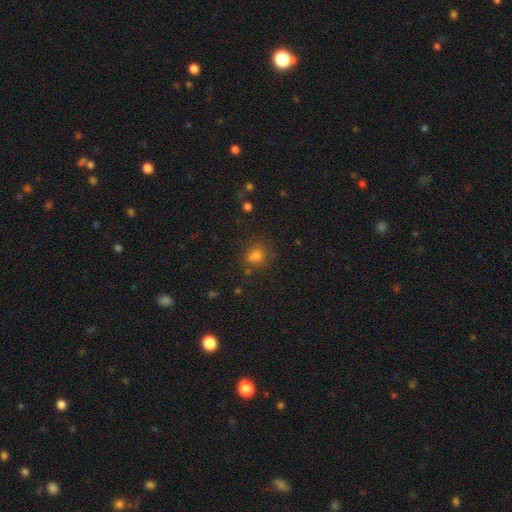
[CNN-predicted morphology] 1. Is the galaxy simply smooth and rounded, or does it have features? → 71% smooth, 20% star or artifact, 9% featured or disk.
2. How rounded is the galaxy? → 79% round, 20% in between, 1% cigar-shaped.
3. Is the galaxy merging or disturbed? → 65% none, 15% merger, 14% minor disturbance, 5% major disturbance.